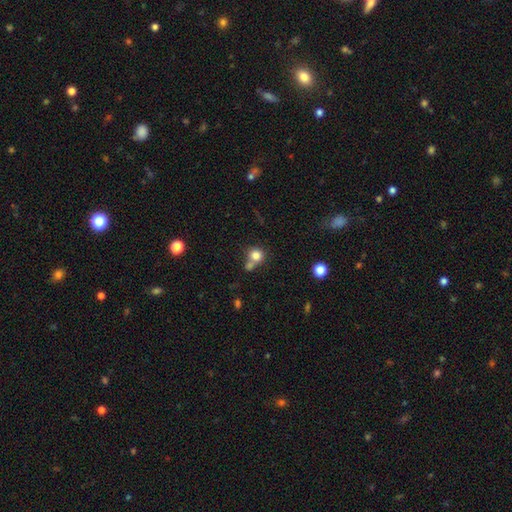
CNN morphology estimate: Smooth or featured? smooth (81%)
How rounded? round (85%)
Merging? none (49%)